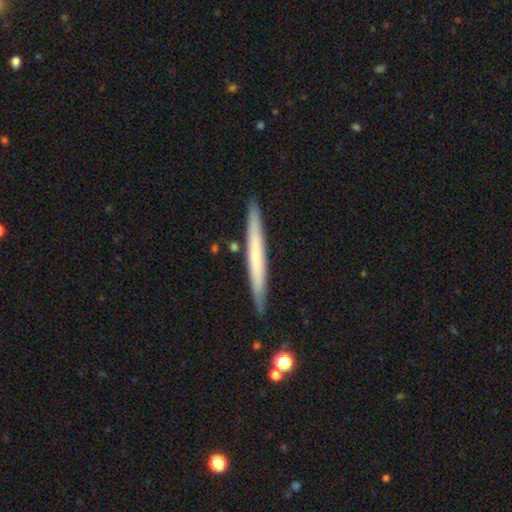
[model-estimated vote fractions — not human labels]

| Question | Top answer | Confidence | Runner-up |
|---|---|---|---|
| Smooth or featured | smooth | 51% | featured or disk (43%) |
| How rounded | cigar-shaped | 97% | in between (2%) |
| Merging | none | 89% | minor disturbance (8%) |